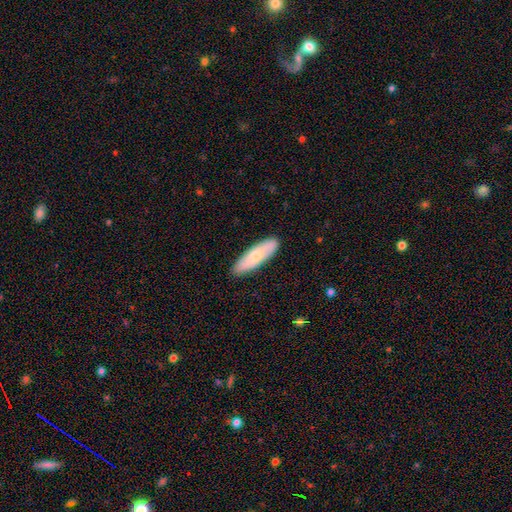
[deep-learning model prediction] A smooth galaxy with no disk features (70%) that is cigar-shaped (57%).

Vote fractions:
- Smooth or featured? smooth: 70% / featured or disk: 24% / star or artifact: 5%
- How rounded? cigar-shaped: 57% / in between: 41% / round: 2%
- Merging? none: 89% / minor disturbance: 9% / major disturbance: 2% / merger: 1%